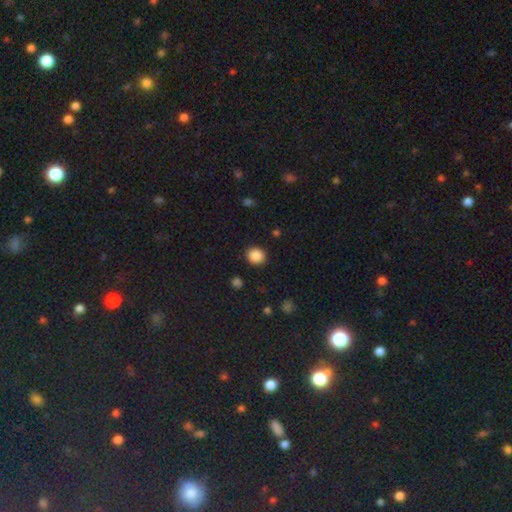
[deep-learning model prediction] This is clearly a smooth galaxy (88%). How rounded: likely round (79%). Merging: clearly none (89%).